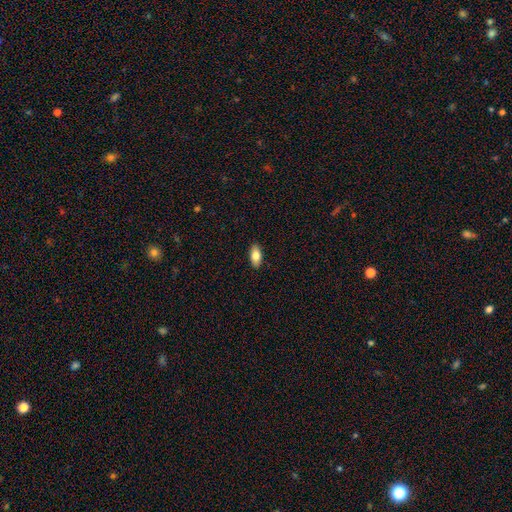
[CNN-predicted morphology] smooth_or_featured: smooth (p=0.80) [alt: featured or disk p=0.13]
how_rounded: in between (p=0.89) [alt: cigar-shaped p=0.08]
merging: none (p=0.90) [alt: minor disturbance p=0.07]